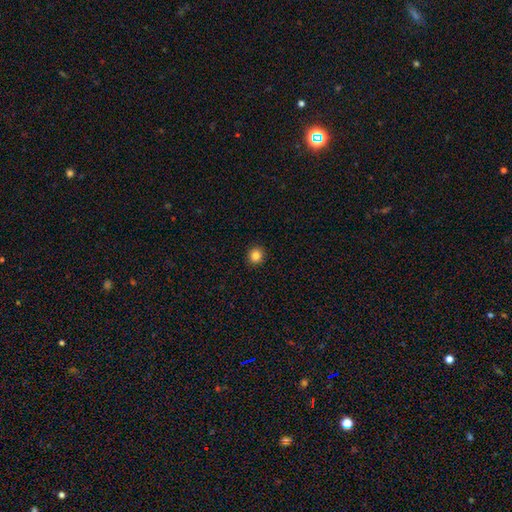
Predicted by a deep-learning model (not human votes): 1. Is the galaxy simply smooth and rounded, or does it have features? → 84% smooth, 11% star or artifact, 5% featured or disk.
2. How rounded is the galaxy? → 91% round, 8% in between, 1% cigar-shaped.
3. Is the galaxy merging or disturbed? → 93% none, 5% minor disturbance, 2% major disturbance, 1% merger.